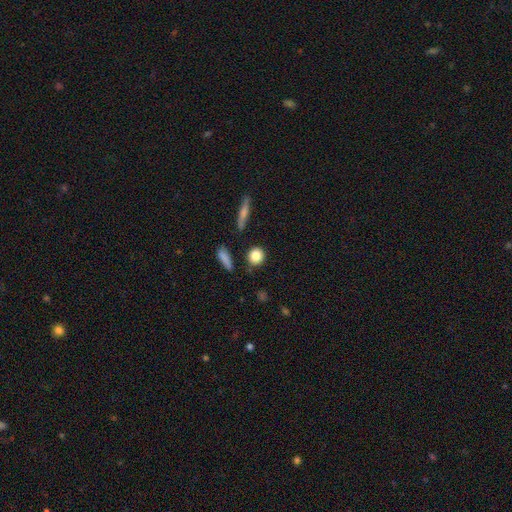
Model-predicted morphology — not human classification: type=smooth (84%); roundness=round (82%); merging=none (82%).